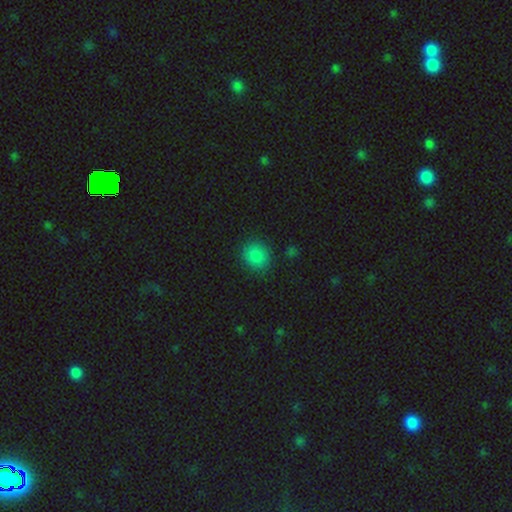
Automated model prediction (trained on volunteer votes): Smooth or featured?
  - smooth: 85% *
  - star or artifact: 11%
  - featured or disk: 4%
How rounded?
  - round: 80% *
  - in between: 19%
  - cigar-shaped: 1%
Merging?
  - none: 87% *
  - minor disturbance: 9%
  - major disturbance: 3%
  - merger: 1%